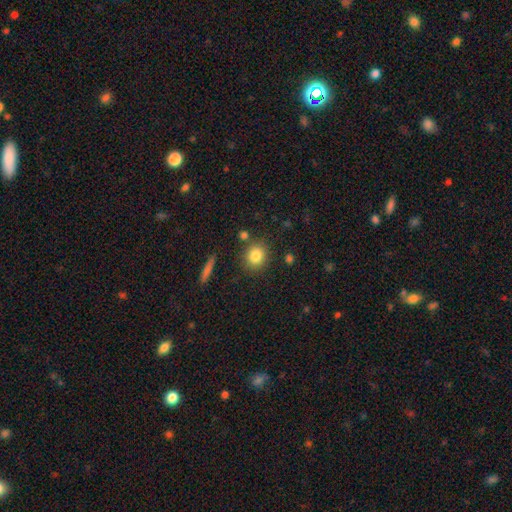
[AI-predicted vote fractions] Smooth or featured: smooth — 83% (star or artifact — 10%)
How rounded: round — 78% (in between — 21%)
Merging: none — 82% (minor disturbance — 9%)